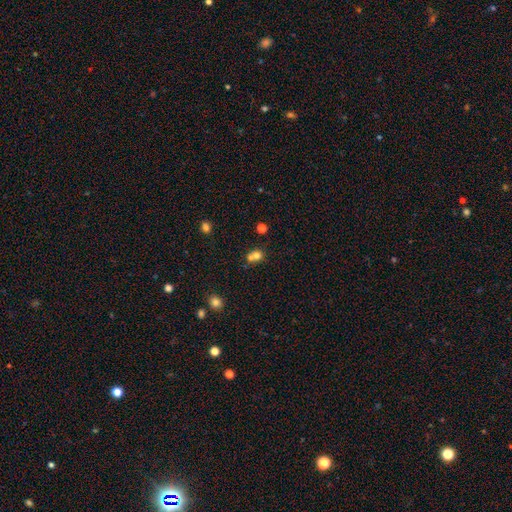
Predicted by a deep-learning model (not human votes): This is likely a smooth galaxy (73%). How rounded: likely round (76%). Merging: possibly merger (54%).